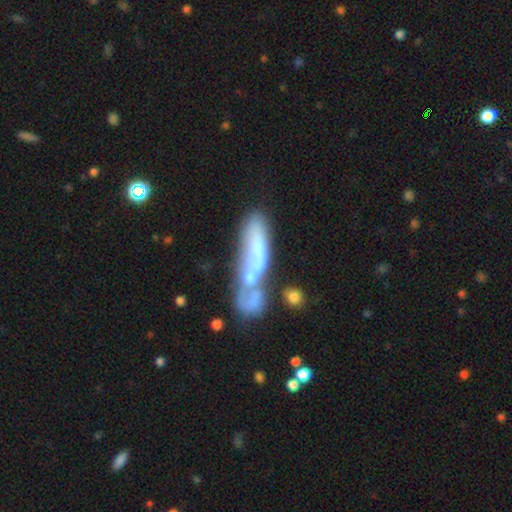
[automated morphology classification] Q: Smooth or featured?
A: smooth (48%); runner-up: featured or disk (43%)
Q: Merging?
A: merger (48%); runner-up: none (21%)